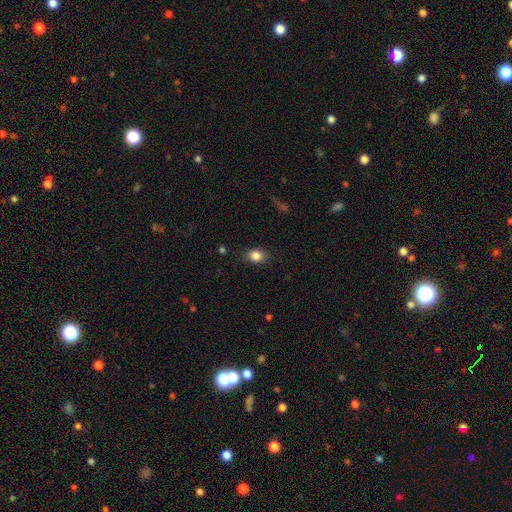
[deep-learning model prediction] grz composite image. It shows a smooth galaxy with no disk features (83%) that is in between round and cigar-shaped (61%). Merging: none (83%).